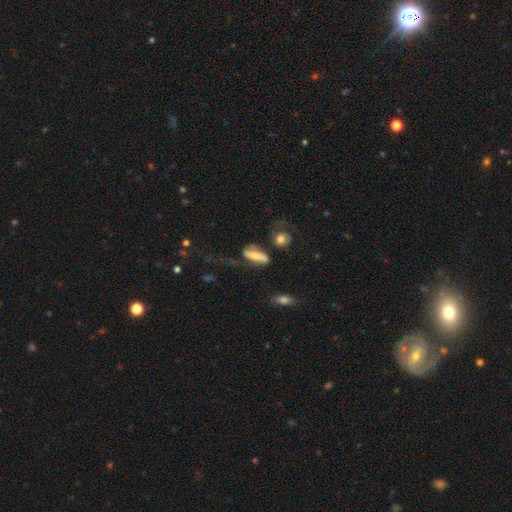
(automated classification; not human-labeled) Smooth or featured?
  - smooth: 46% *
  - featured or disk: 45%
  - star or artifact: 8%
Merging?
  - none: 42% *
  - major disturbance: 29%
  - minor disturbance: 21%
  - merger: 8%